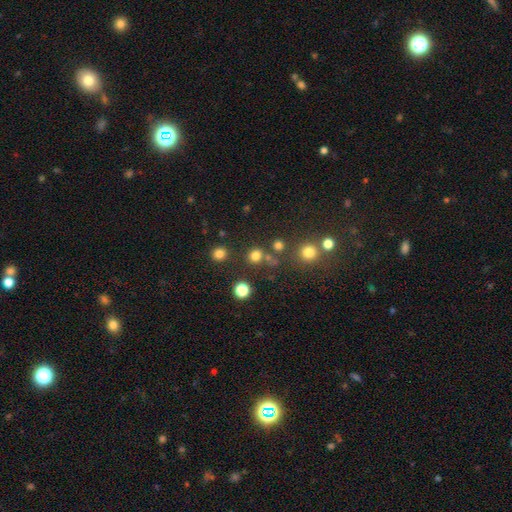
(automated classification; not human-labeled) Morphology: type=smooth (75%); roundness=round (88%); merging=none (76%).